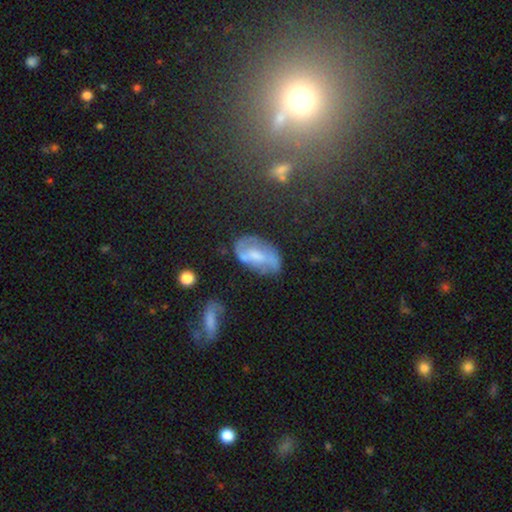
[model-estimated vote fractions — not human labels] This is possibly a featured or disk galaxy (56%). It is clearly not viewed edge-on (94%). Bar: marginally weak (42%). Spiral arm pattern: likely yes (66%). Central bulge: marginally moderate (40%). Merging: possibly none (53%).